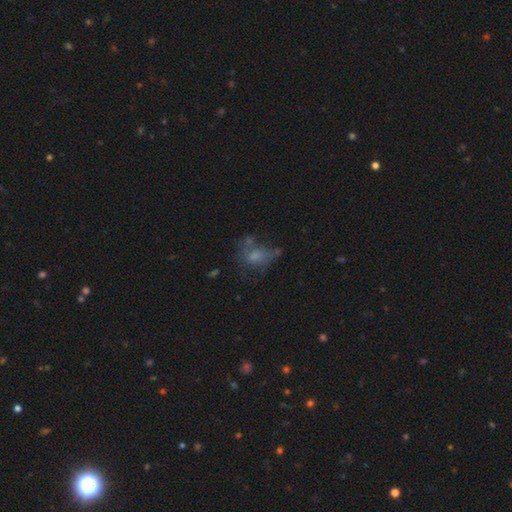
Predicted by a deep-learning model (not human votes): Overall: smooth (51%; featured or disk 31%). How rounded: in between (62%; round 35%). Merging: major disturbance (33%; none 32%).